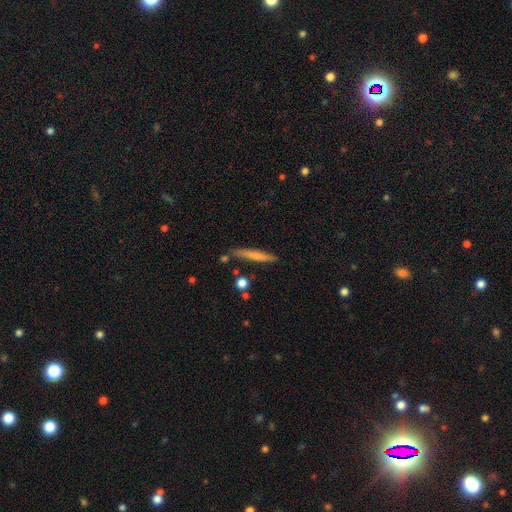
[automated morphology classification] The model was most divided on "smooth or featured": smooth: 63%, featured or disk: 30%, star or artifact: 6%. More confident: how rounded — cigar-shaped (94%); merging — none (82%).